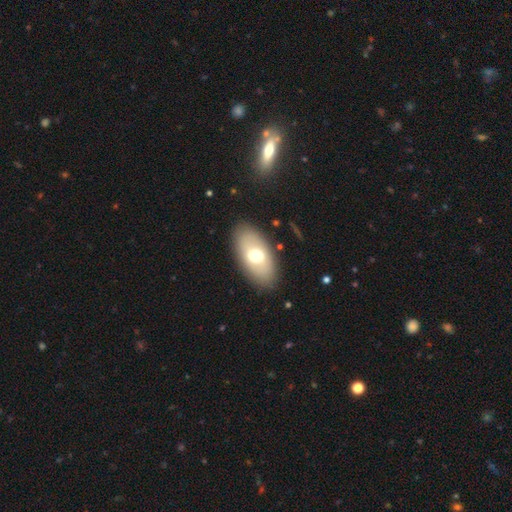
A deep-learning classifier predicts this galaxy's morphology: Overall: smooth (63%; featured or disk 30%). How rounded: in between (92%). Merging: none (85%).